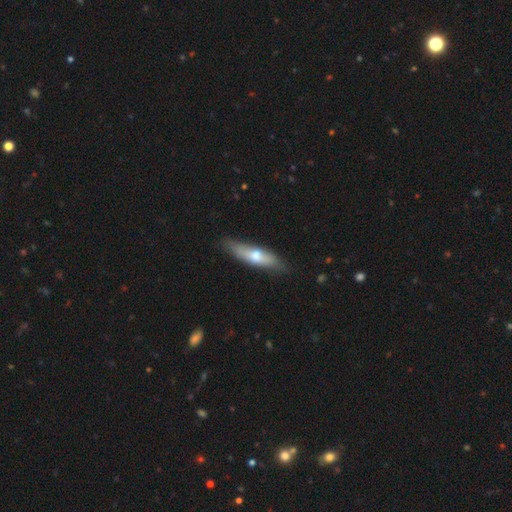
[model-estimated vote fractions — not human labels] smooth 58%, featured or disk 36%, star or artifact 6%. Down the decision tree: how rounded — cigar-shaped (68%); merging — none (78%).